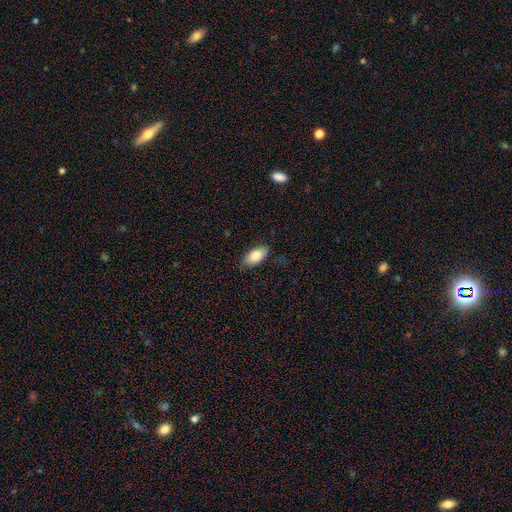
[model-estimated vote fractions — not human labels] Q: Smooth or featured?
A: smooth (83%); runner-up: featured or disk (10%)
Q: How rounded?
A: in between (92%); runner-up: cigar-shaped (5%)
Q: Merging?
A: none (81%); runner-up: minor disturbance (15%)